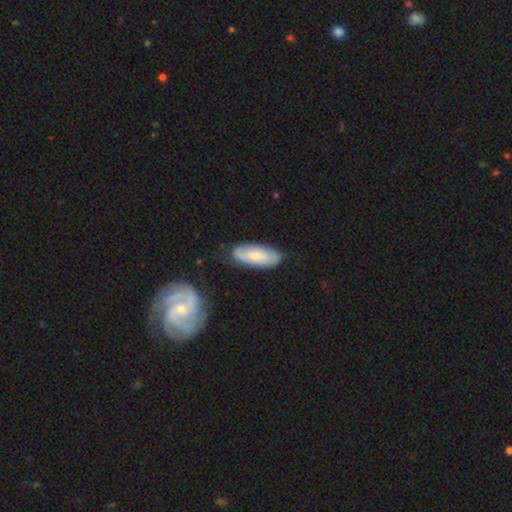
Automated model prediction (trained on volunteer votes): Overall: smooth (61%; featured or disk 33%). How rounded: in between (78%). Merging: none (79%).